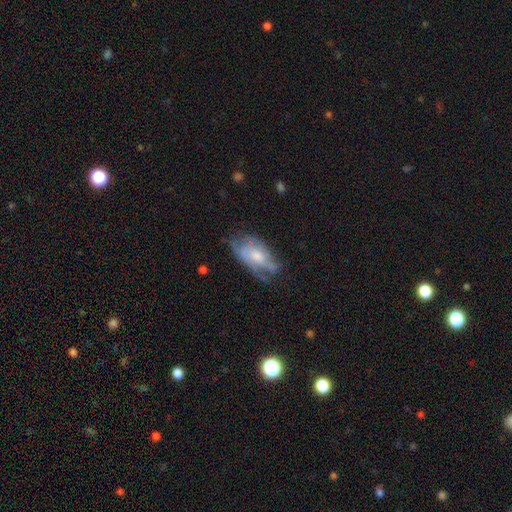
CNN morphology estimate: A featured or disk galaxy (54%). Merging: none (44%).